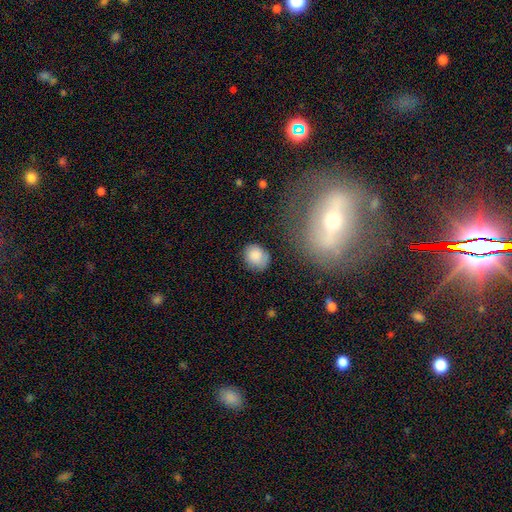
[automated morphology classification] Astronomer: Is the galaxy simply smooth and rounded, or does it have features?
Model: smooth — 83%.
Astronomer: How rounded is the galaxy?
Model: round — 60% (runner-up: in between, 39%).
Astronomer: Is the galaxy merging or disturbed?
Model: none — 70%.